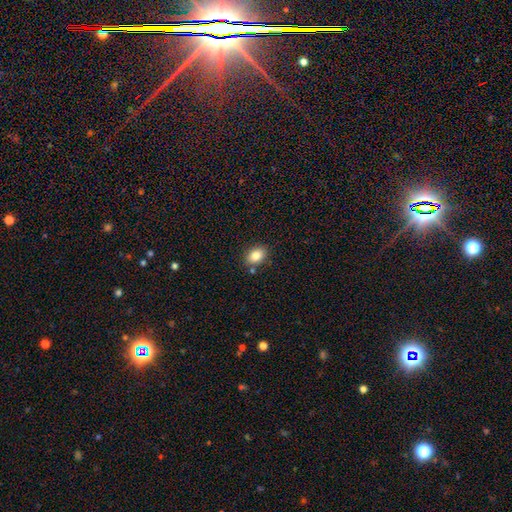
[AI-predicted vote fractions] smooth 83%, star or artifact 9%, featured or disk 8%. Down the decision tree: how rounded — in between (74%); merging — none (81%).